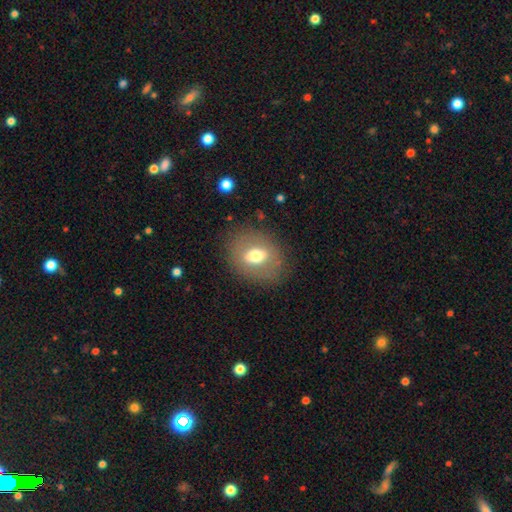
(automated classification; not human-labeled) Morphology: type=smooth (60%); roundness=in between (55%); merging=none (82%).